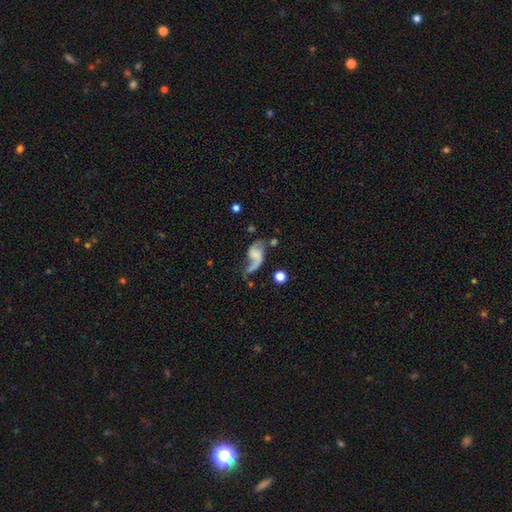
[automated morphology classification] Smooth or featured? Predicted: featured or disk (p=0.73). Edge-on disk? Predicted: no (p=0.97). Bar? Predicted: no (p=0.57). Spiral arms? Predicted: yes (p=0.90). Spiral winding? Predicted: loose (p=0.78). Spiral arm count? Predicted: 2 (p=0.71). Bulge size? Predicted: none (p=0.62). Merging? Predicted: none (p=0.38).